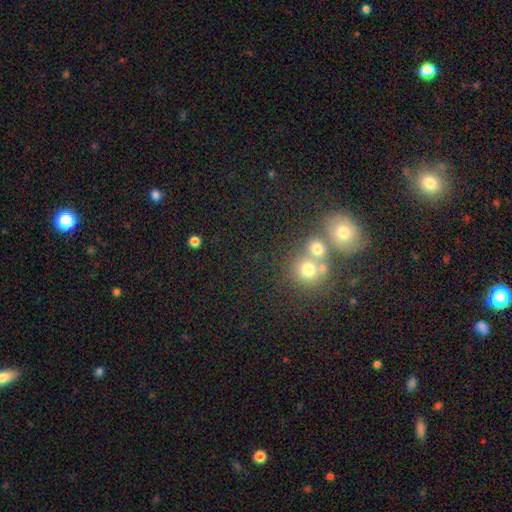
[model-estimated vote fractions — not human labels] Smooth or featured: smooth — 49% (star or artifact — 38%)
Merging: none — 53% (merger — 37%)